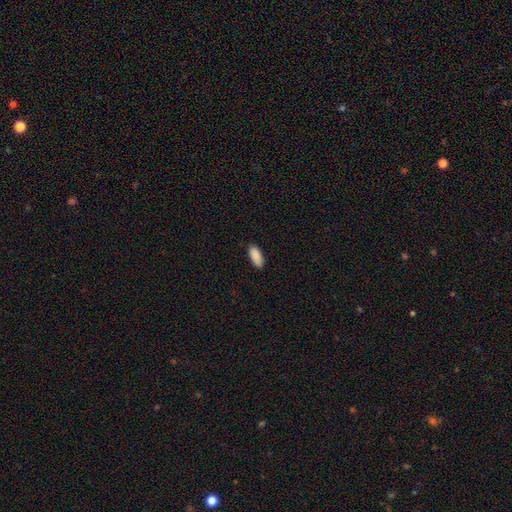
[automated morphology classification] smooth 90%, star or artifact 6%, featured or disk 4%. Down the decision tree: how rounded — in between (86%); merging — none (86%).